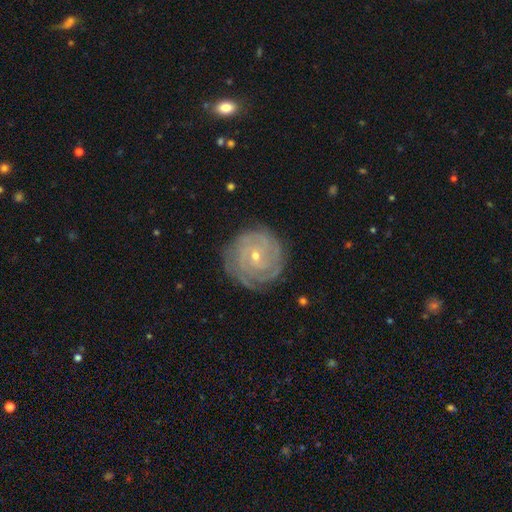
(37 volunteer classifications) Smooth or featured? 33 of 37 (89%) said featured or disk. Edge-on disk? 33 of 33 (100%) said no. Bar? 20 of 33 (61%) said no. Spiral arms? 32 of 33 (97%) said yes. Spiral winding? 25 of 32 (78%) said tight. Spiral arm count? 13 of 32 (41%) said 4. Bulge size? 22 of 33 (67%) said small. Merging? 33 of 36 (92%) said none.